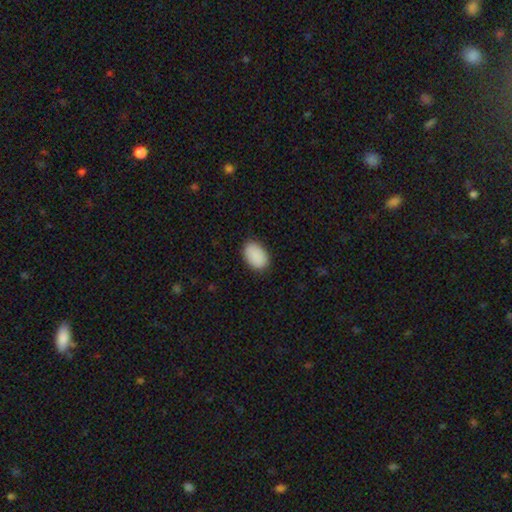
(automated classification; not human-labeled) Smooth or featured? smooth (90%)
How rounded? in between (89%)
Merging? none (86%)